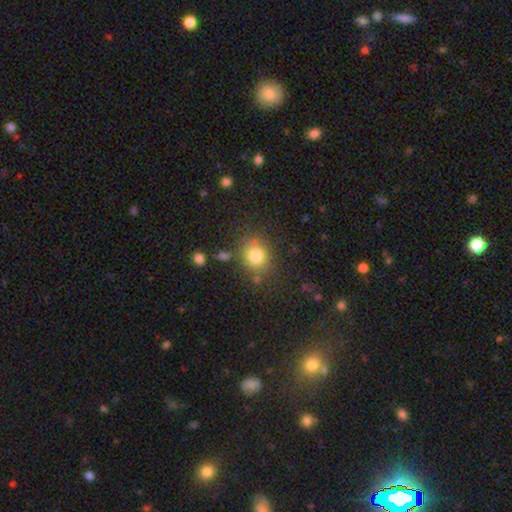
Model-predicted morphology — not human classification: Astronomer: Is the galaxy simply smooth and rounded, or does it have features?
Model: smooth — 80%.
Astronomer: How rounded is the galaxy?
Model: round — 70%.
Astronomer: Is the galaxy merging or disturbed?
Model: none — 78%.